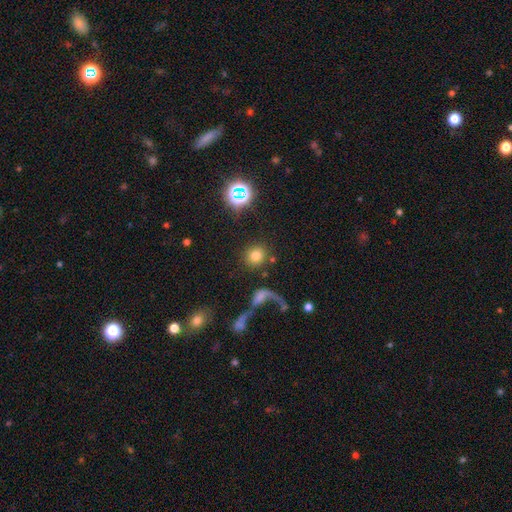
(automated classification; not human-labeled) Morphology: type=smooth (76%); roundness=round (89%); merging=none (78%).